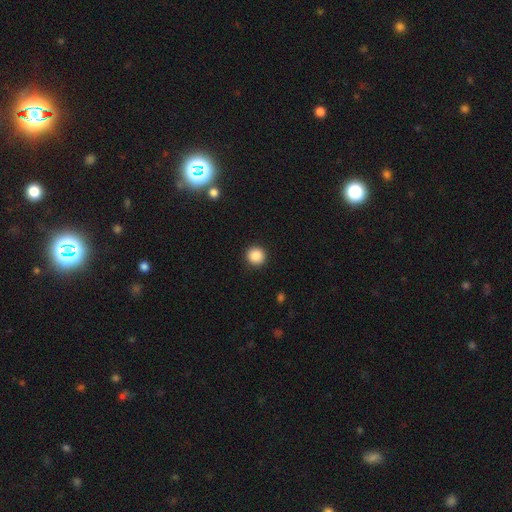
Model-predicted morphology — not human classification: The model was most divided on "smooth or featured": smooth: 87%, star or artifact: 9%, featured or disk: 3%. More confident: how rounded — round (95%); merging — none (93%).